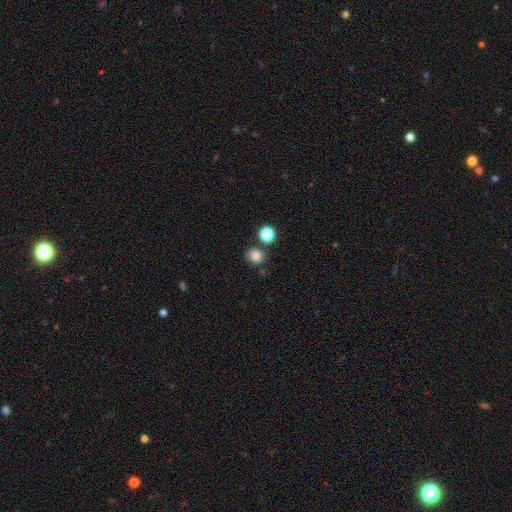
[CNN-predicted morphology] This is clearly a smooth galaxy (82%). How rounded: clearly round (88%). Merging: likely none (77%).